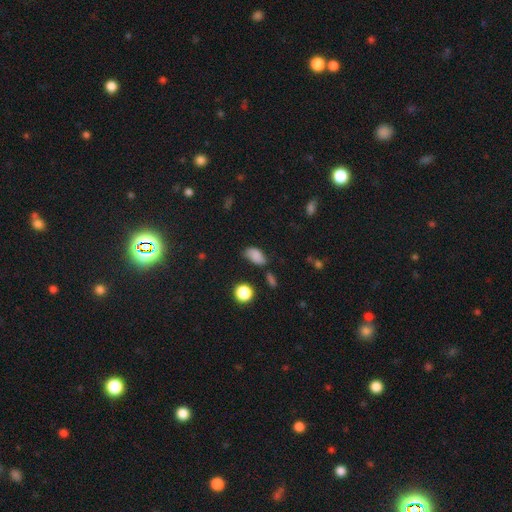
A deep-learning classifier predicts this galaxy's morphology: A smooth galaxy with no disk features (79%) that is in between round and cigar-shaped (89%).

Vote fractions:
- Smooth or featured? smooth: 79% / star or artifact: 12% / featured or disk: 9%
- How rounded? in between: 89% / round: 8% / cigar-shaped: 3%
- Merging? none: 58% / minor disturbance: 30% / major disturbance: 8% / merger: 5%